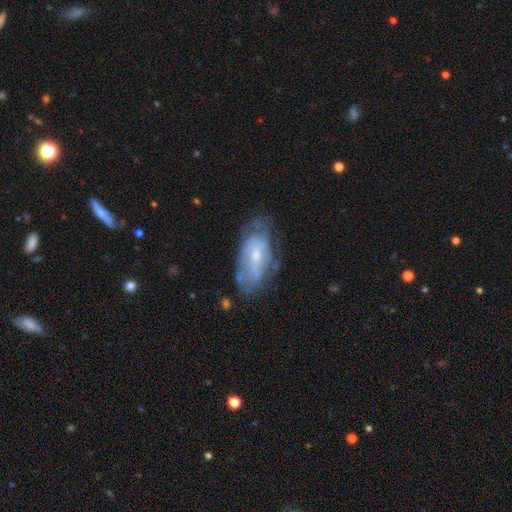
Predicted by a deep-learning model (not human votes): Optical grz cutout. It shows a featured or disk galaxy (63%) with no bar (55%), spiral arms (59%) and a small central bulge (56%). Merging: none (60%).